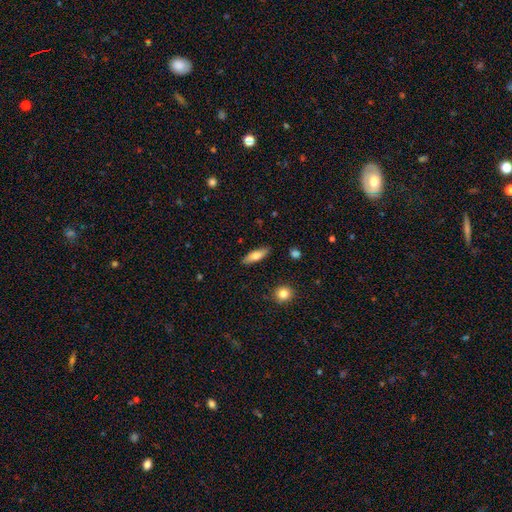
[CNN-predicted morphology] A smooth galaxy with no disk features (71%) that is in between round and cigar-shaped (54%).

Vote fractions:
- Smooth or featured? smooth: 71% / featured or disk: 22% / star or artifact: 6%
- How rounded? in between: 54% / cigar-shaped: 43% / round: 3%
- Merging? none: 87% / minor disturbance: 10% / major disturbance: 2% / merger: 2%